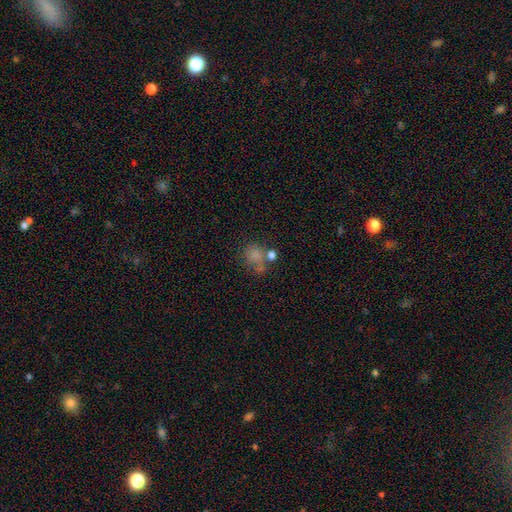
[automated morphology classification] Smooth or featured?
  - smooth: 73% *
  - star or artifact: 16%
  - featured or disk: 11%
How rounded?
  - round: 71% *
  - in between: 28%
  - cigar-shaped: 1%
Merging?
  - none: 48% *
  - merger: 26%
  - minor disturbance: 15%
  - major disturbance: 11%